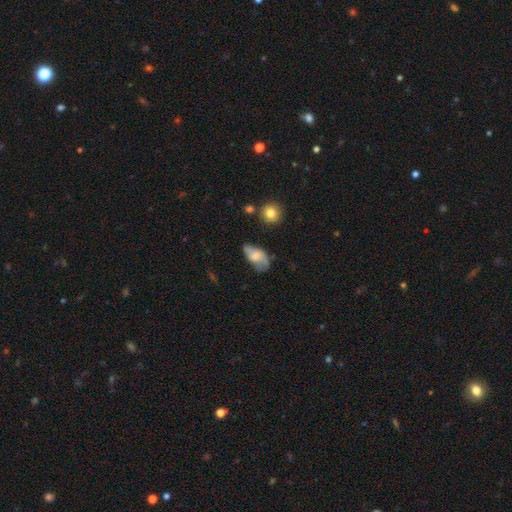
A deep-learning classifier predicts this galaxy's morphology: A smooth galaxy with no disk features (59%) that is in between round and cigar-shaped (89%). Merging: none (44%).